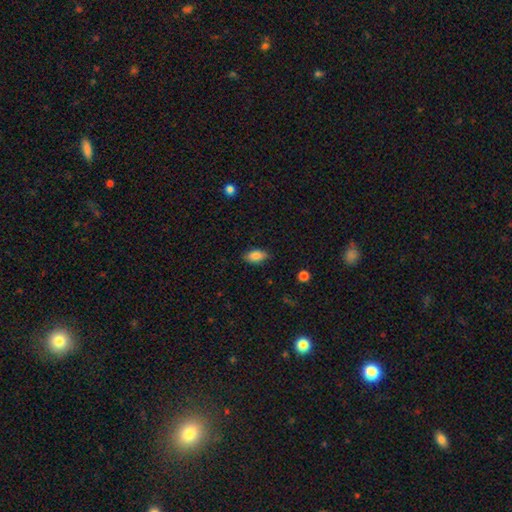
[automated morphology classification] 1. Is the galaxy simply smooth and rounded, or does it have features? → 85% smooth, 8% star or artifact, 7% featured or disk.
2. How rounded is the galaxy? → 90% in between, 5% cigar-shaped, 4% round.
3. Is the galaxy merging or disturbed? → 82% none, 14% minor disturbance, 3% major disturbance, 1% merger.